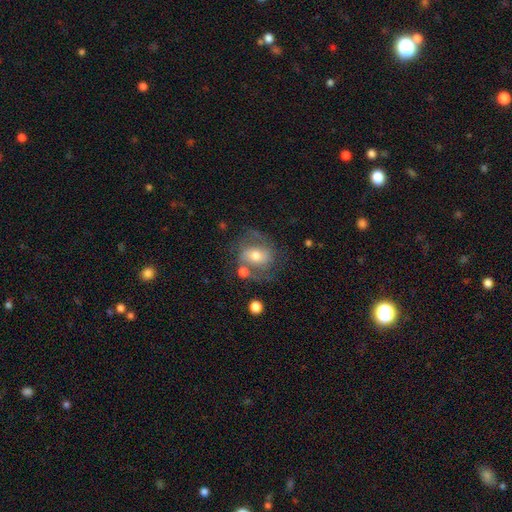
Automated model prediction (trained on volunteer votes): A featured or disk galaxy (58%) with no bar (41%), spiral arms (74%) and a moderate central bulge (67%). Merging: none (56%).